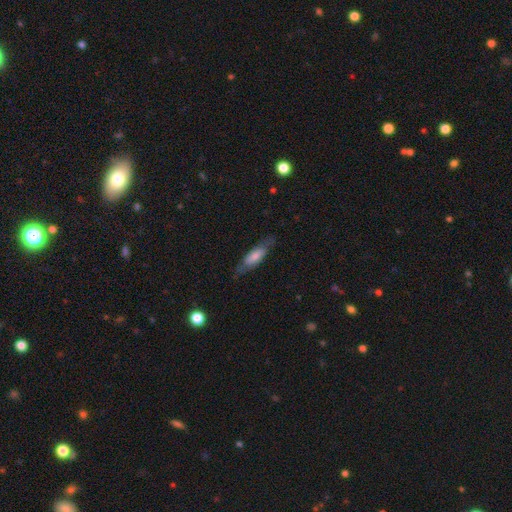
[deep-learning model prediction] Smooth or featured: smooth — 59% (featured or disk — 35%)
How rounded: in between — 50% (cigar-shaped — 48%)
Merging: none — 73% (minor disturbance — 19%)